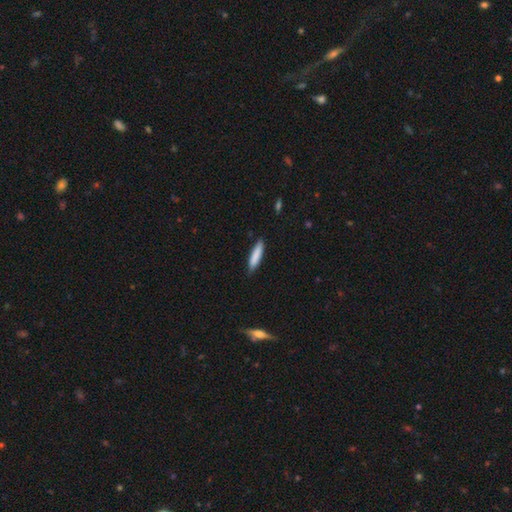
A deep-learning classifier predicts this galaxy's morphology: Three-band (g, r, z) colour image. It shows a smooth galaxy with no disk features (84%) that is cigar-shaped (81%). Merging: none (85%).